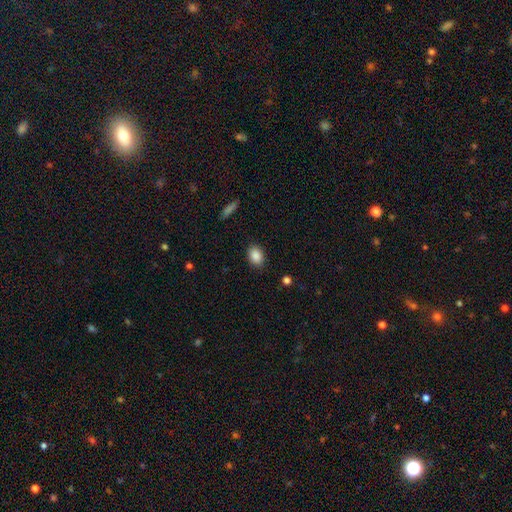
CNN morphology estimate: A smooth galaxy with no disk features (88%) that is in between round and cigar-shaped (74%). Merging: none (87%).